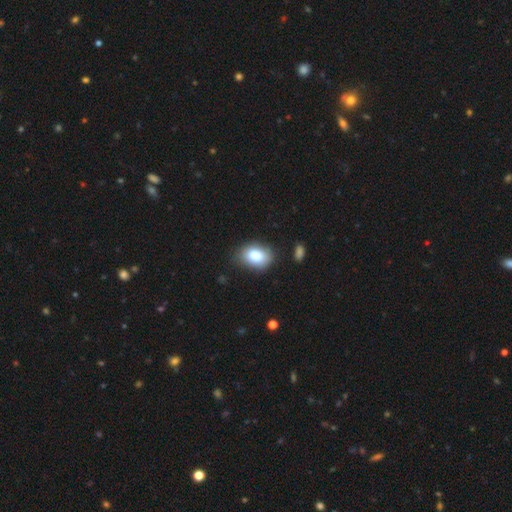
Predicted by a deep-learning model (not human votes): A smooth galaxy with no disk features (80%) that is in between round and cigar-shaped (76%). Merging: none (80%).